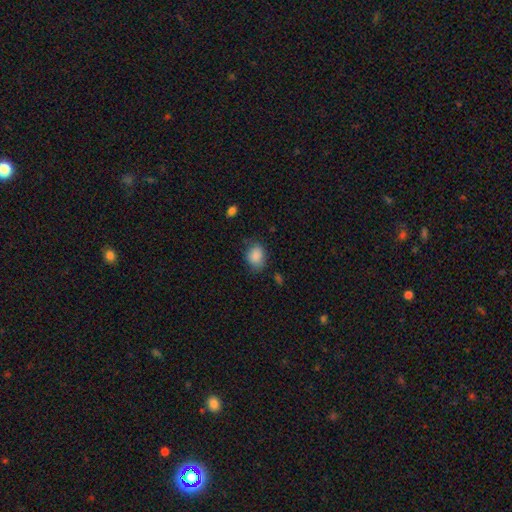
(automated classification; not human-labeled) Smooth or featured? Predicted: smooth (p=0.86). How rounded? Predicted: in between (p=0.61). Merging? Predicted: none (p=0.68).